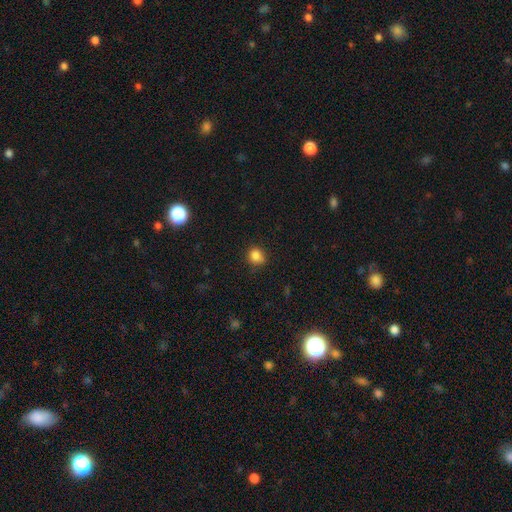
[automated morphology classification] A smooth galaxy with no disk features (85%) that is round (72%). Merging: none (75%).